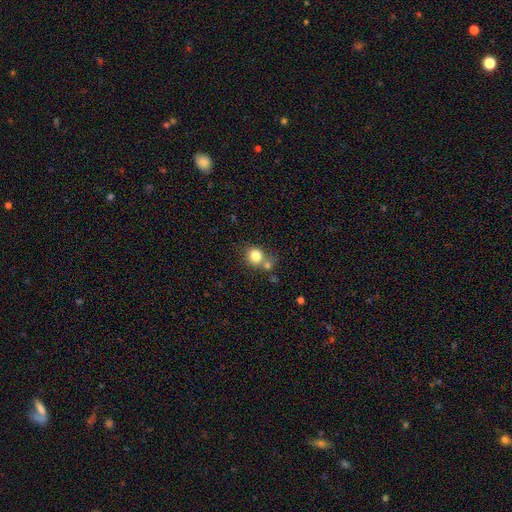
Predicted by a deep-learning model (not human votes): Overall: smooth (81%). How rounded: round (81%). Merging: none (54%; merger 30%).